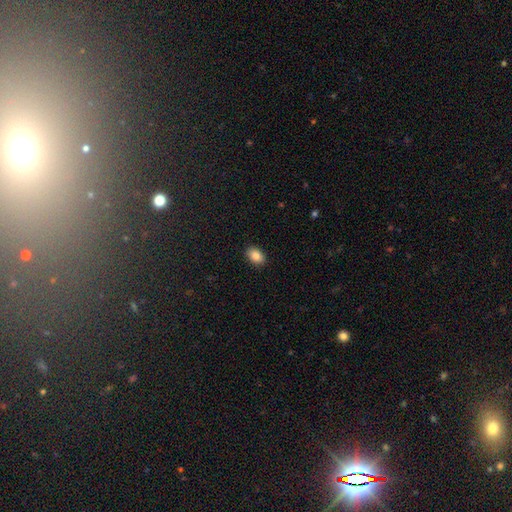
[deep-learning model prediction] Smooth or featured?
  - smooth: 87% *
  - star or artifact: 8%
  - featured or disk: 5%
How rounded?
  - in between: 85% *
  - round: 14%
  - cigar-shaped: 1%
Merging?
  - none: 89% *
  - minor disturbance: 8%
  - major disturbance: 2%
  - merger: 1%